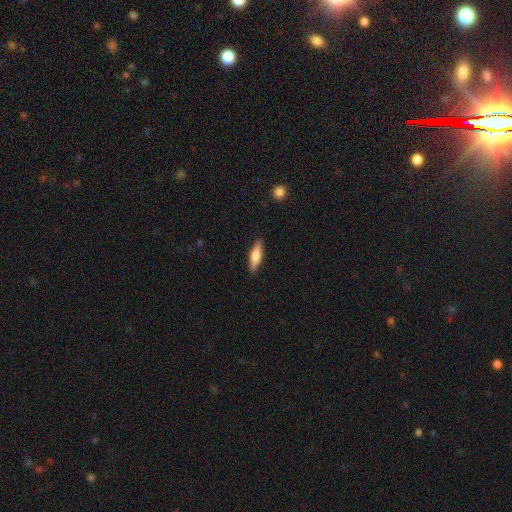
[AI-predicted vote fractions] Smooth or featured?
  - smooth: 58% *
  - featured or disk: 36%
  - star or artifact: 6%
How rounded?
  - cigar-shaped: 65% *
  - in between: 33%
  - round: 2%
Merging?
  - none: 88% *
  - minor disturbance: 9%
  - major disturbance: 2%
  - merger: 1%